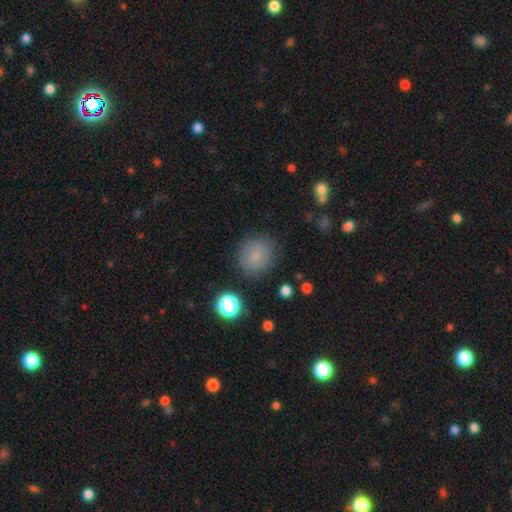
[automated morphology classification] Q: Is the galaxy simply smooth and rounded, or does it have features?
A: smooth — 78%.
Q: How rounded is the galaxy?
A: round — 78%.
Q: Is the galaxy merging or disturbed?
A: none — 82%.